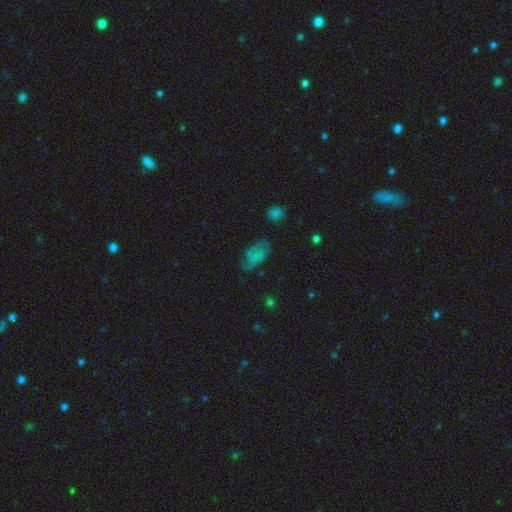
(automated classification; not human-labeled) Smooth or featured? smooth (53%)
How rounded? in between (89%)
Merging? none (53%)